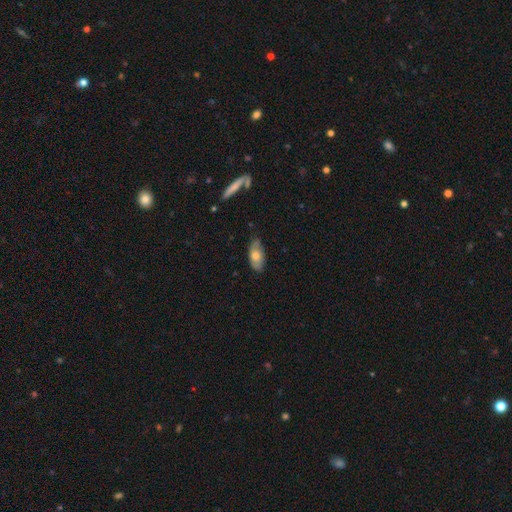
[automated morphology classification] The model was most divided on "smooth or featured": smooth: 68%, featured or disk: 26%, star or artifact: 6%. More confident: how rounded — in between (88%); merging — none (72%).